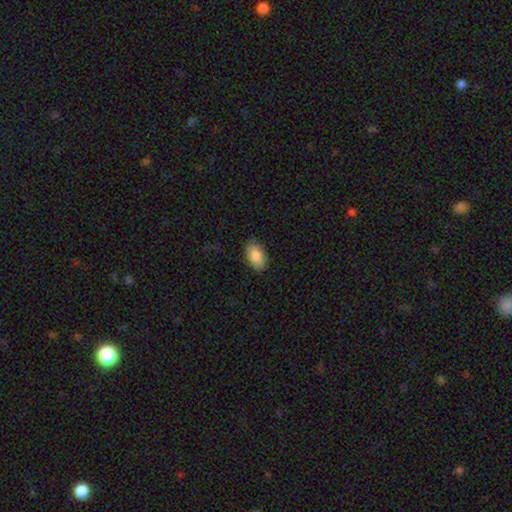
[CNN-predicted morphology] type=smooth (87%); roundness=in between (94%); merging=none (88%).